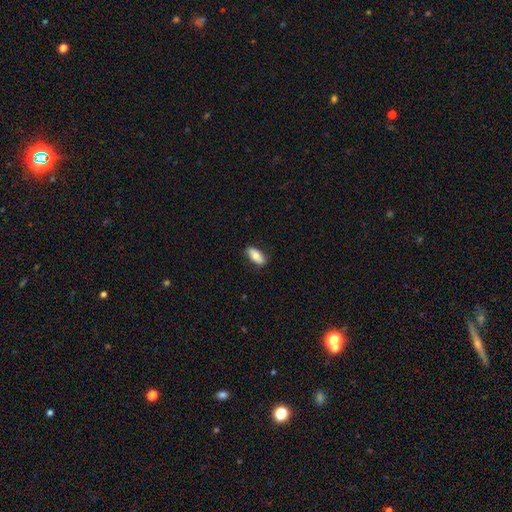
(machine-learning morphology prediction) type=smooth (75%); roundness=in between (86%); merging=none (83%).